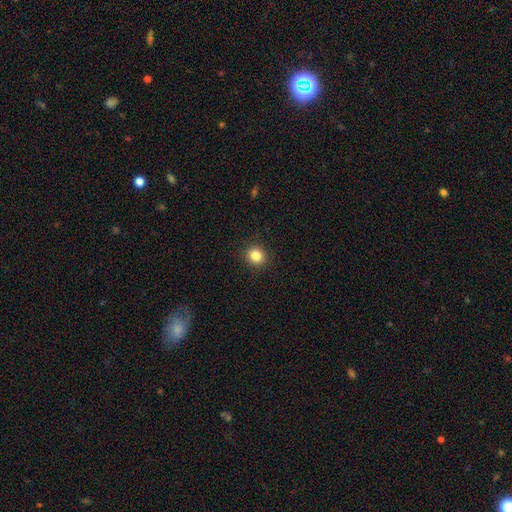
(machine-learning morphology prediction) Smooth or featured? smooth (84%)
How rounded? round (89%)
Merging? none (92%)